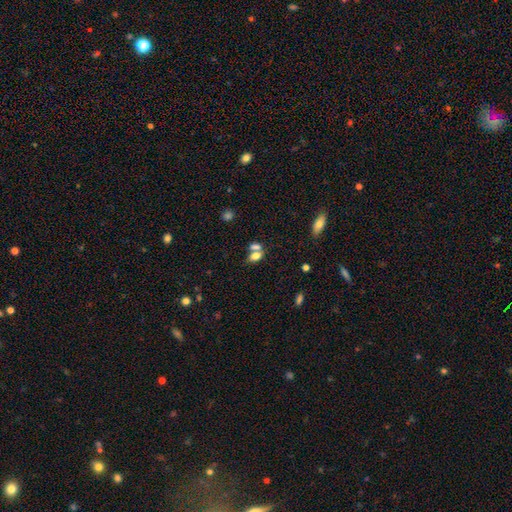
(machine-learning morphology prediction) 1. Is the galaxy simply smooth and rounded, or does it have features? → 72% smooth, 14% featured or disk, 13% star or artifact.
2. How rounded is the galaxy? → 81% in between, 14% round, 5% cigar-shaped.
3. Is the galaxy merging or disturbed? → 44% merger, 41% none, 10% minor disturbance, 5% major disturbance.